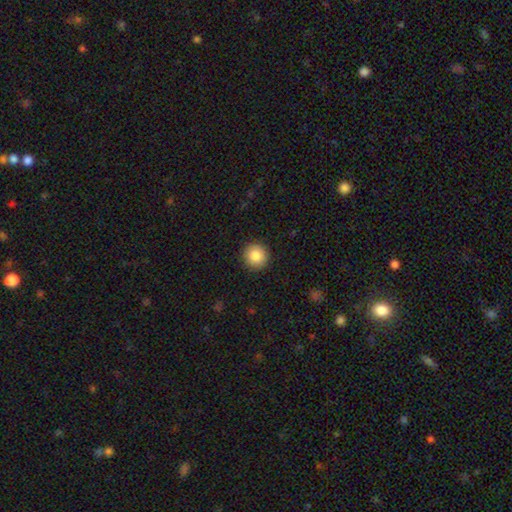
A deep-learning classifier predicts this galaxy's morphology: The model was most divided on "smooth or featured": smooth: 85%, star or artifact: 9%, featured or disk: 6%. More confident: how rounded — round (95%); merging — none (92%).